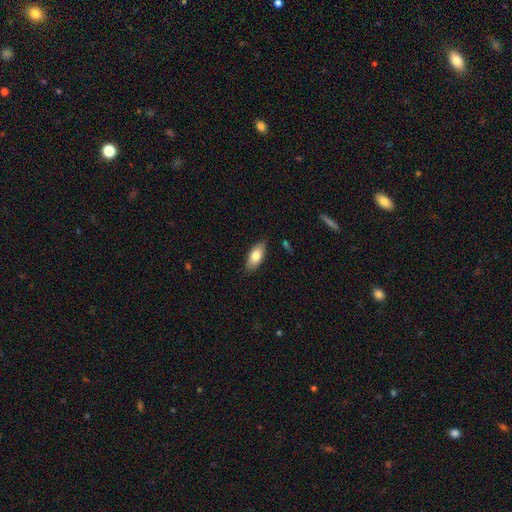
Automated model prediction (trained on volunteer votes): The model was most divided on "smooth or featured": smooth: 77%, featured or disk: 16%, star or artifact: 6%. More confident: how rounded — in between (88%); merging — none (85%).